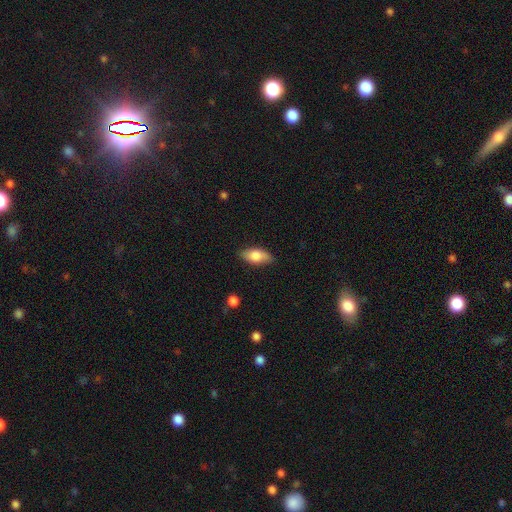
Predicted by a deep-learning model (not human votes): A smooth galaxy with no disk features (73%) that is in between round and cigar-shaped (86%).

Vote fractions:
- Smooth or featured? smooth: 73% / featured or disk: 20% / star or artifact: 7%
- How rounded? in between: 86% / cigar-shaped: 10% / round: 4%
- Merging? none: 82% / minor disturbance: 14% / major disturbance: 2% / merger: 1%